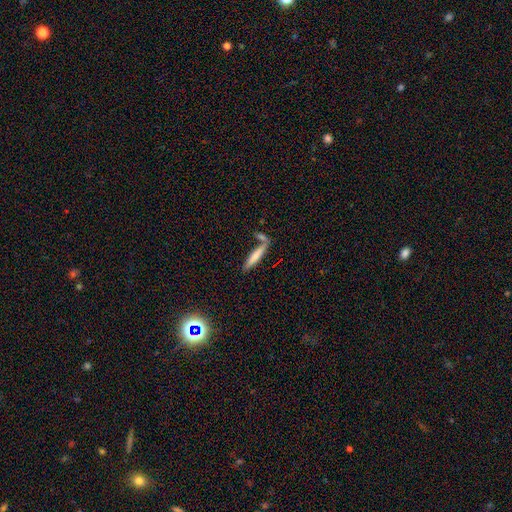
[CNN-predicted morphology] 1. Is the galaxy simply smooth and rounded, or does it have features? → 70% smooth, 23% featured or disk, 7% star or artifact.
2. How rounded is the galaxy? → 88% cigar-shaped, 11% in between, 2% round.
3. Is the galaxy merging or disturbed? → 61% none, 23% merger, 12% minor disturbance, 4% major disturbance.